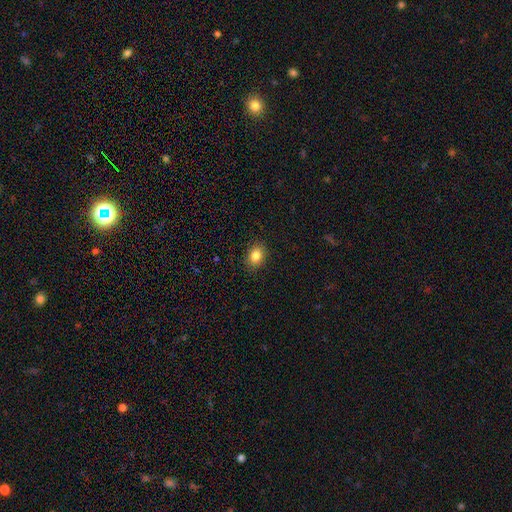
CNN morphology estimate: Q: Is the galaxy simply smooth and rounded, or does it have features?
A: smooth — 85%.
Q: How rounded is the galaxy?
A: in between — 62%.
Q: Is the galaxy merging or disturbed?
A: none — 89%.